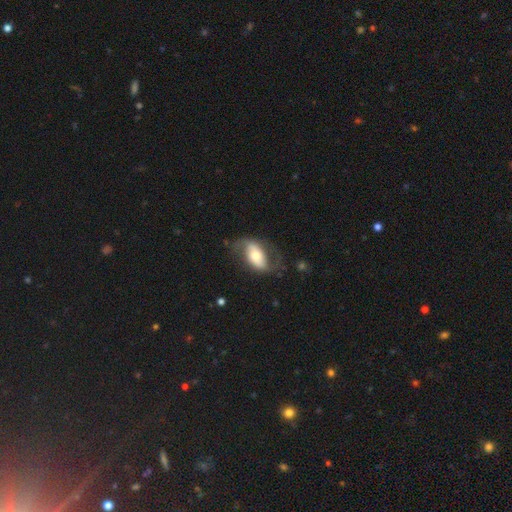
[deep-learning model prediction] smooth-or-featured: featured or disk: 64% | smooth: 30% | star or artifact: 6%
  disk-edge-on: no: 93% | yes: 7%
    bar: no: 42% | strong: 29% | weak: 28%
    has-spiral-arms: yes: 80% | no: 20%
    bulge-size: moderate: 59% | small: 22% | large: 14% | dominant: 3% | none: 1%
  merging: none: 62% | minor disturbance: 21% | major disturbance: 15% | merger: 2%